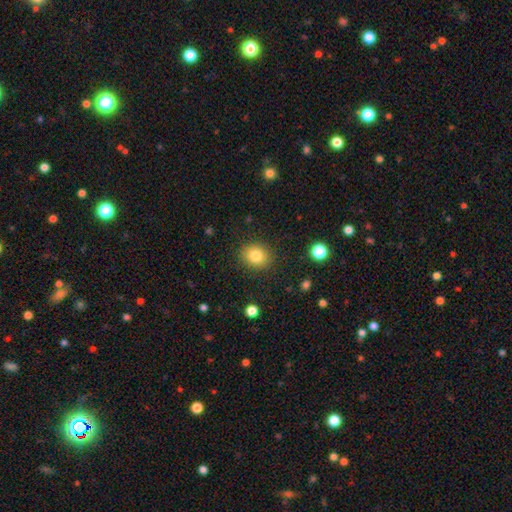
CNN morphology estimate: Smooth or featured? smooth (82%)
How rounded? round (67%)
Merging? none (87%)